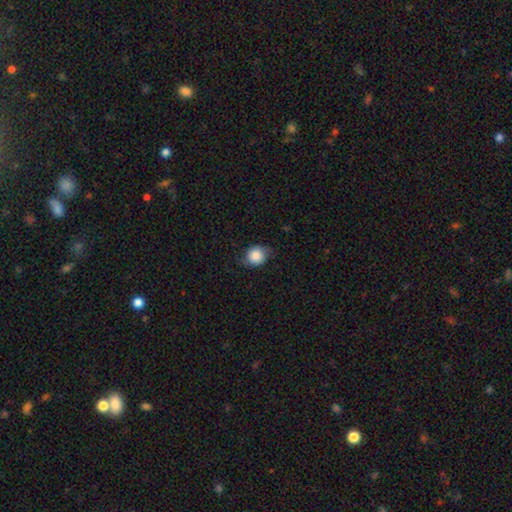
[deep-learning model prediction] The model was most divided on "merging": none: 70%, minor disturbance: 22%, major disturbance: 7%, merger: 1%. More confident: smooth or featured — smooth (77%); how rounded — round (76%).